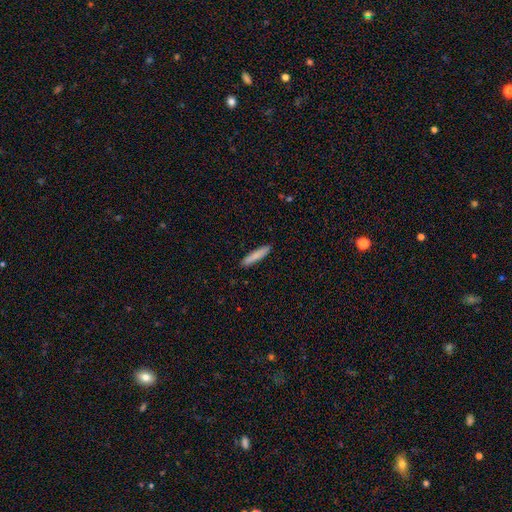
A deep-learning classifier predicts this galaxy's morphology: Q: Smooth or featured?
A: smooth (84%); runner-up: featured or disk (10%)
Q: How rounded?
A: cigar-shaped (88%); runner-up: in between (11%)
Q: Merging?
A: none (90%); runner-up: minor disturbance (7%)